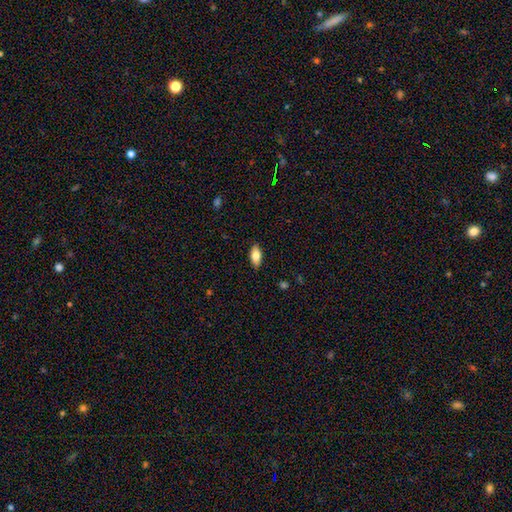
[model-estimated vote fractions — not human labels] Morphology: type=smooth (79%); roundness=in between (88%); merging=none (88%).